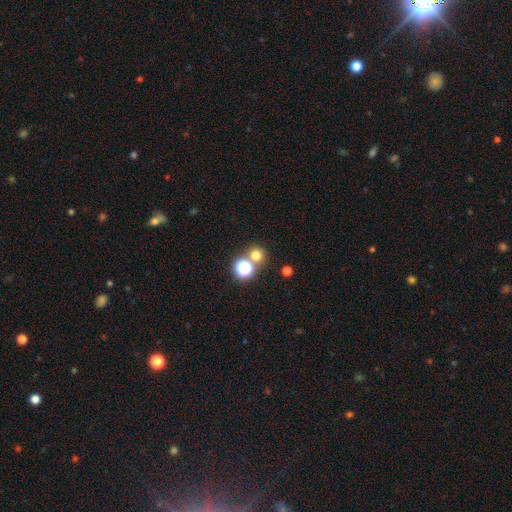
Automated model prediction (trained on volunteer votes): The model was most divided on "smooth or featured": smooth: 69%, star or artifact: 24%, featured or disk: 7%. More confident: how rounded — round (90%); merging — none (68%).